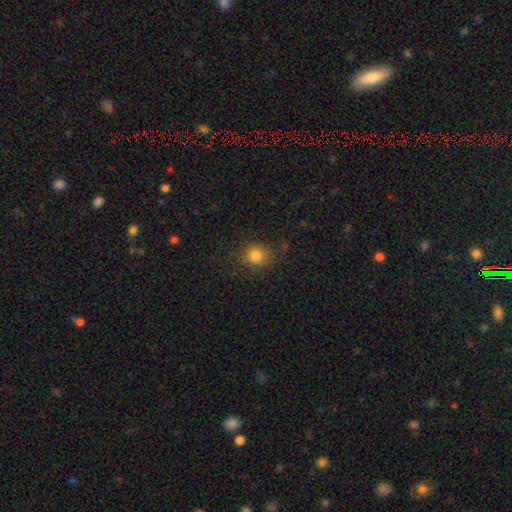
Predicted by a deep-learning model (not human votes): smooth 82%, star or artifact 12%, featured or disk 6%. Down the decision tree: how rounded — round (76%); merging — none (82%).